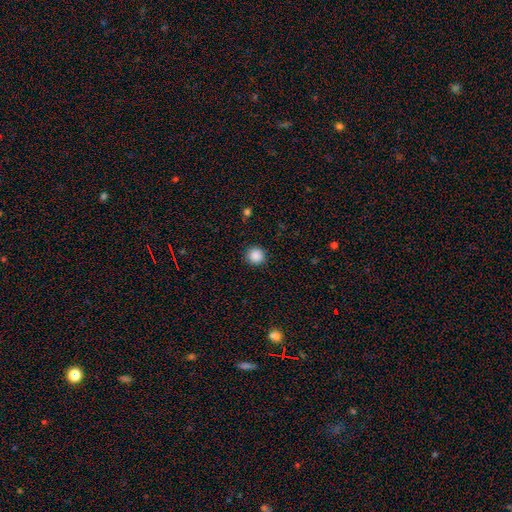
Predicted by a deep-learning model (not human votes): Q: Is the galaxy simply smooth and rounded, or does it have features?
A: smooth — 88%.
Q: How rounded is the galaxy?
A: round — 95%.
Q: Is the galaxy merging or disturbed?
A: none — 91%.